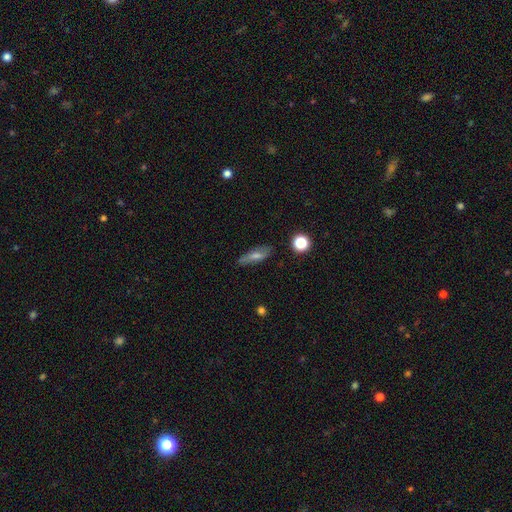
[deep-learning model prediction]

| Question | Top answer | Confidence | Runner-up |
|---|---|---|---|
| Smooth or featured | smooth | 52% | featured or disk (37%) |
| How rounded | cigar-shaped | 50% | in between (44%) |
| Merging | none | 81% | minor disturbance (14%) |